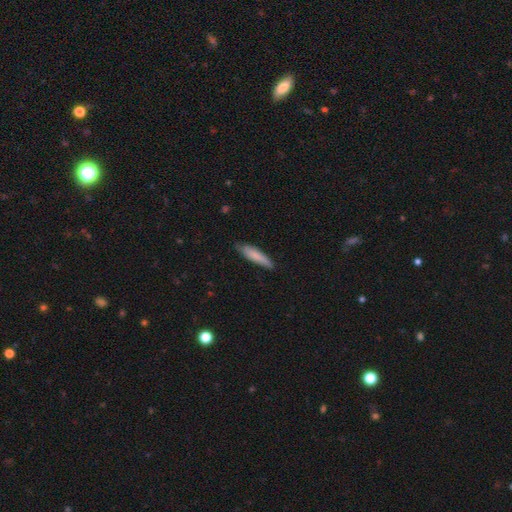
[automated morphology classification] Q: Smooth or featured?
A: smooth (78%); runner-up: featured or disk (17%)
Q: How rounded?
A: cigar-shaped (78%); runner-up: in between (21%)
Q: Merging?
A: none (72%); runner-up: minor disturbance (24%)